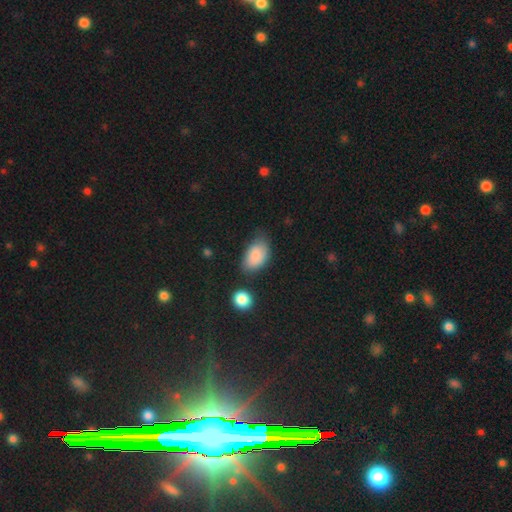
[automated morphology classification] Overall: smooth (86%). How rounded: in between (92%). Merging: none (59%; minor disturbance 28%).